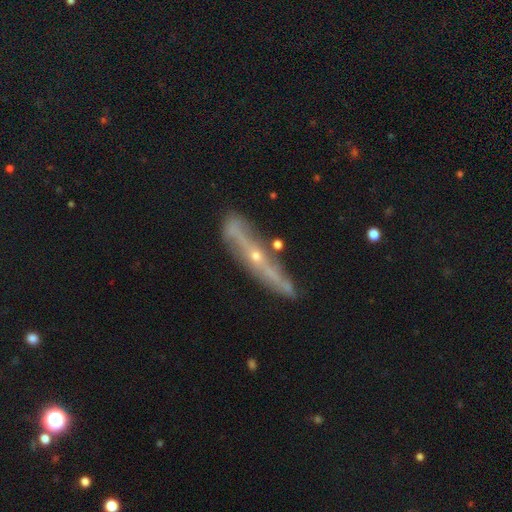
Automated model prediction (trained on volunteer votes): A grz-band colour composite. It shows a featured or disk galaxy (78%) viewed edge-on (79%) with a rounded central bulge (82%). Merging: none (68%).